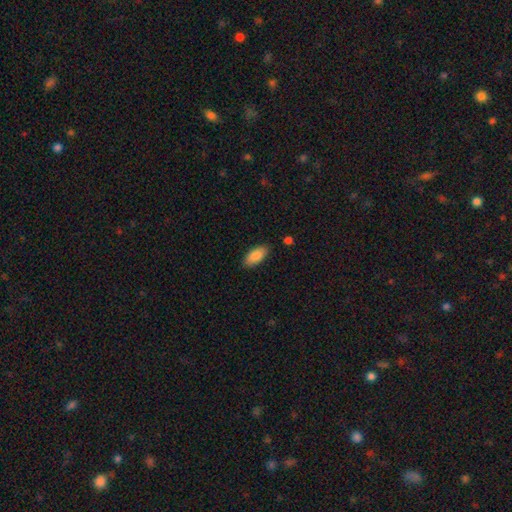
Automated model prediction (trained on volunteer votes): A smooth galaxy with no disk features (87%) that is in between round and cigar-shaped (90%).

Vote fractions:
- Smooth or featured? smooth: 87% / featured or disk: 6% / star or artifact: 6%
- How rounded? in between: 90% / cigar-shaped: 8% / round: 2%
- Merging? none: 85% / minor disturbance: 11% / major disturbance: 2% / merger: 2%